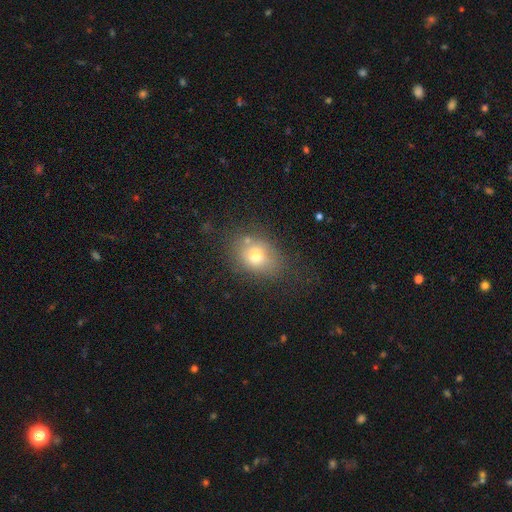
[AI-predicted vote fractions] smooth 71%, featured or disk 16%, star or artifact 12%. Down the decision tree: how rounded — in between (59%); merging — none (66%).